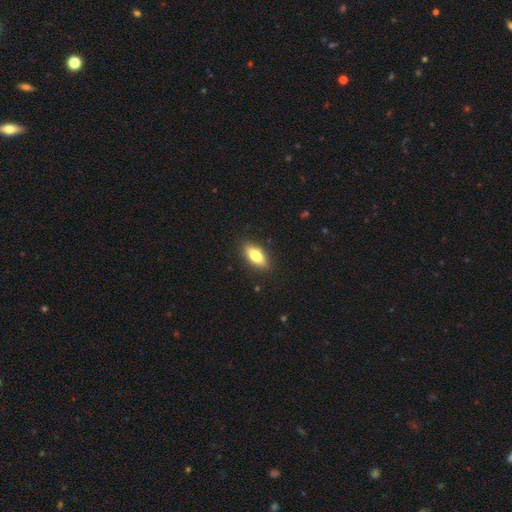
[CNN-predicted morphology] smooth_or_featured: smooth (p=0.74) [alt: featured or disk p=0.19]
how_rounded: in between (p=0.80) [alt: cigar-shaped p=0.16]
merging: none (p=0.88) [alt: minor disturbance p=0.09]